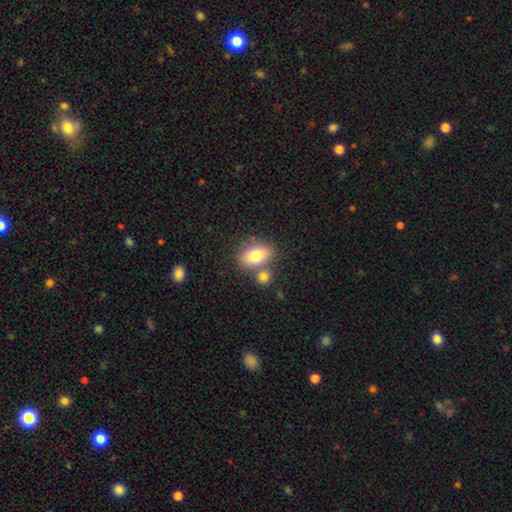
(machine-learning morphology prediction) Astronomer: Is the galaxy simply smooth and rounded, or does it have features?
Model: smooth — 76%.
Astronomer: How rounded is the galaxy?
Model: in between — 77%.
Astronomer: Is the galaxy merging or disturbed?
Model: none — 58%.